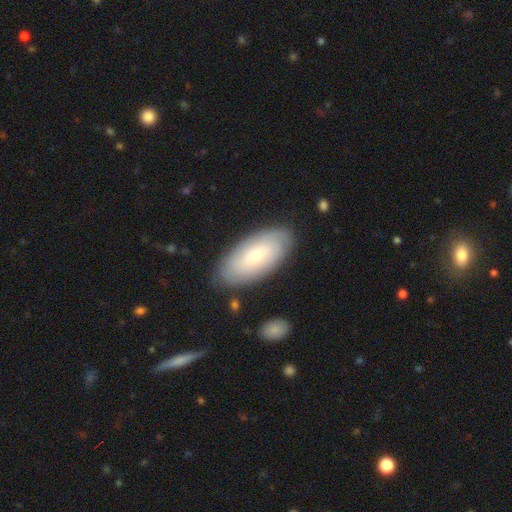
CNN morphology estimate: Q: Smooth or featured?
A: smooth (57%); runner-up: featured or disk (37%)
Q: How rounded?
A: in between (92%); runner-up: cigar-shaped (6%)
Q: Merging?
A: none (83%); runner-up: minor disturbance (12%)